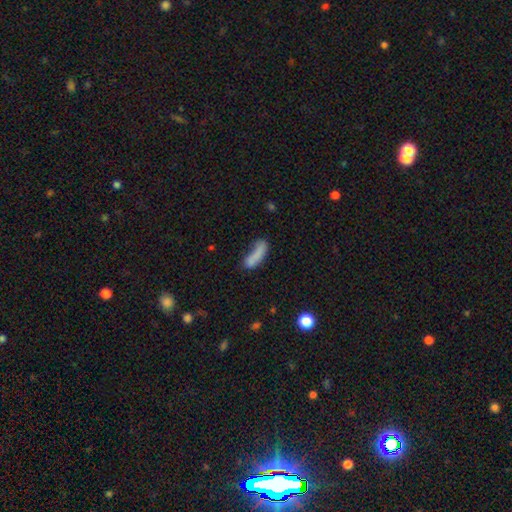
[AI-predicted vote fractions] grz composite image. It shows a smooth galaxy with no disk features (76%) that is cigar-shaped (54%). Merging: none (43%).